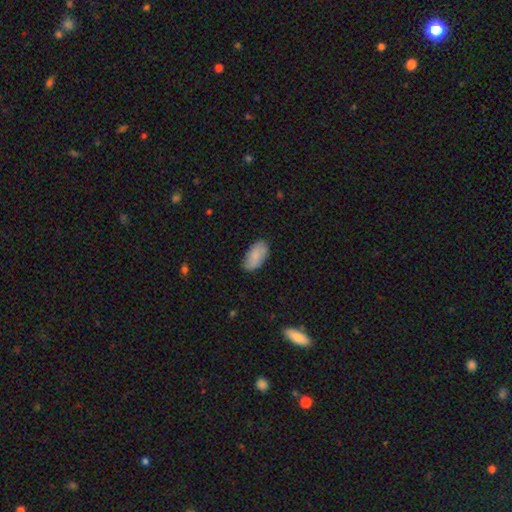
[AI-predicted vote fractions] Smooth or featured: smooth — 83% (featured or disk — 11%)
How rounded: in between — 94% (cigar-shaped — 4%)
Merging: none — 84% (minor disturbance — 13%)